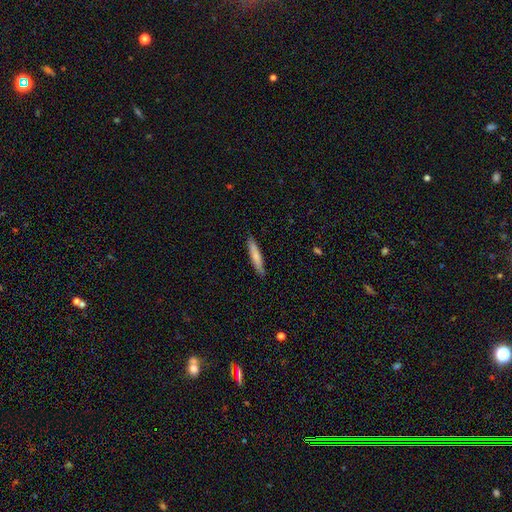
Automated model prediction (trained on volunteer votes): Overall: smooth (72%). How rounded: cigar-shaped (91%). Merging: none (88%).